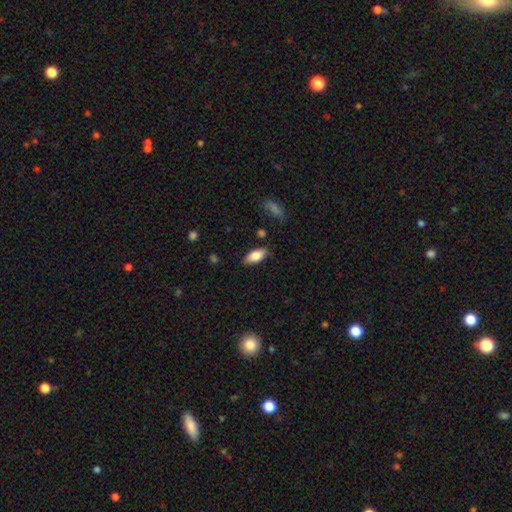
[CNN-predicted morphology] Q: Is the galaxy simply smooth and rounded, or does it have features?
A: smooth — 78%.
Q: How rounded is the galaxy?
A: in between — 87%.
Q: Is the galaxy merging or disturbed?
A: none — 82%.